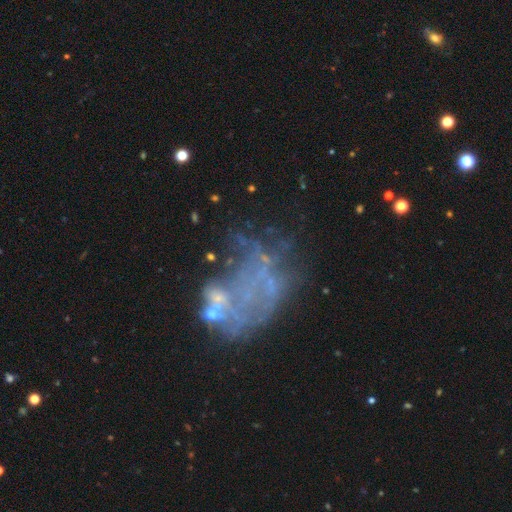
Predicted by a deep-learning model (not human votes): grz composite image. It shows a featured or disk galaxy (60%) with no bar (93%), no spiral arms (92%) and no central bulge (84%). Merging: major disturbance (36%).